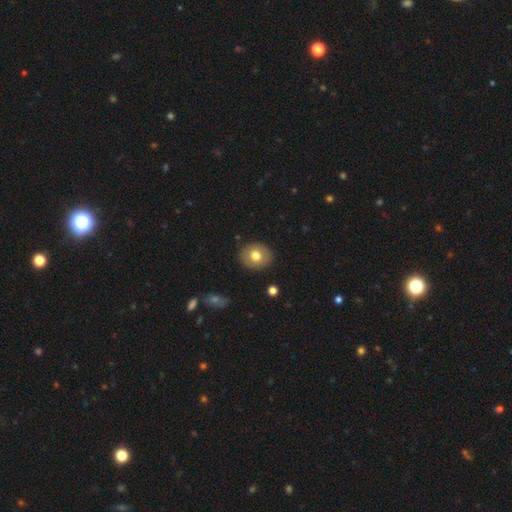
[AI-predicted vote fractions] smooth-or-featured: smooth: 74% | featured or disk: 18% | star or artifact: 8%
  how-rounded: round: 71% | in between: 28% | cigar-shaped: 1%
  merging: none: 89% | minor disturbance: 8% | major disturbance: 2% | merger: 1%